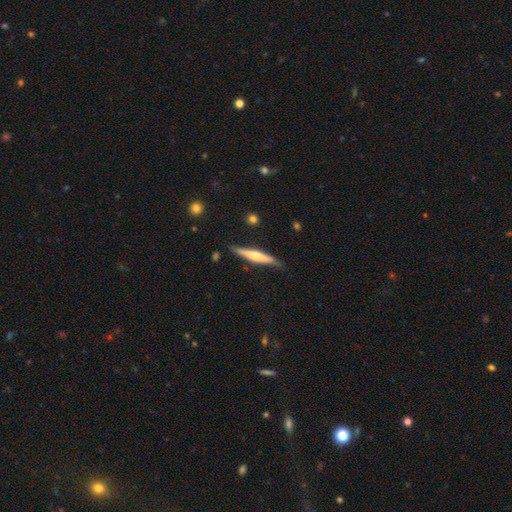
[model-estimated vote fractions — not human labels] Smooth or featured? Predicted: featured or disk (p=0.60). Edge-on disk? Predicted: yes (p=0.96). Edge-on bulge? Predicted: rounded (p=0.84). Merging? Predicted: none (p=0.84).